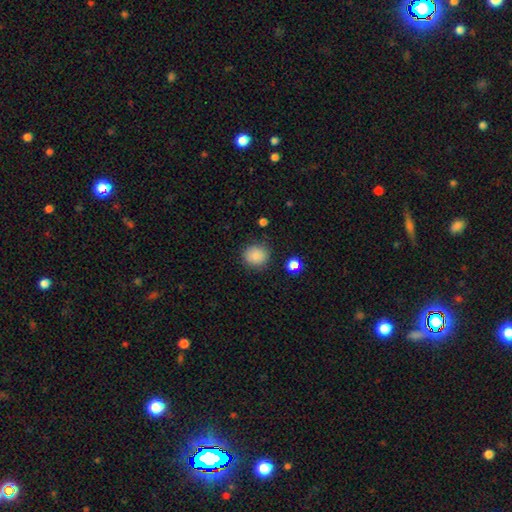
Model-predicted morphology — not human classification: Q: Smooth or featured?
A: smooth (86%); runner-up: star or artifact (10%)
Q: How rounded?
A: round (84%); runner-up: in between (15%)
Q: Merging?
A: none (85%); runner-up: minor disturbance (10%)